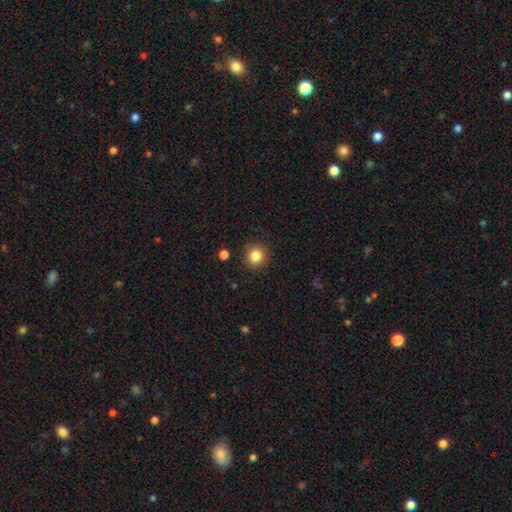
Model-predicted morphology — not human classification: Smooth or featured?
  - smooth: 84% *
  - star or artifact: 11%
  - featured or disk: 5%
How rounded?
  - round: 90% *
  - in between: 9%
  - cigar-shaped: 1%
Merging?
  - none: 88% *
  - minor disturbance: 8%
  - major disturbance: 2%
  - merger: 2%